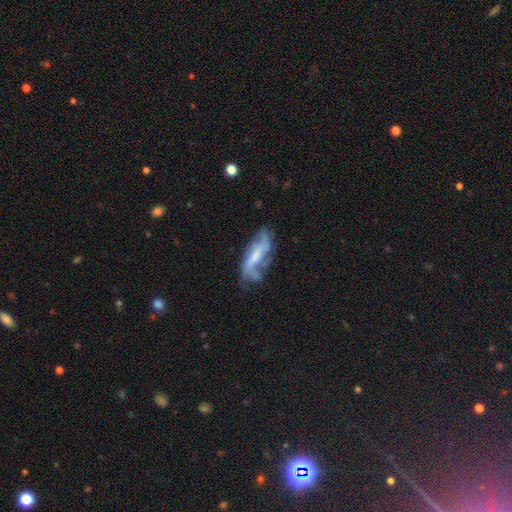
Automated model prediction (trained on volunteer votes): The model was most divided on "bulge size": moderate: 36%, small: 30%, none: 24%, large: 8%, dominant: 2%. Remaining: edge-on disk — no (85%); spiral arms — yes (77%); smooth or featured — featured or disk (67%); merging — none (45%); bar — weak (39%).